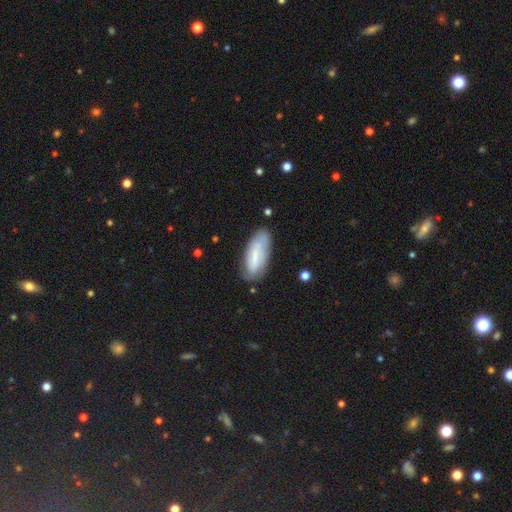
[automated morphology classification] smooth 56%, featured or disk 37%, star or artifact 7%. Down the decision tree: how rounded — in between (75%); merging — none (67%).